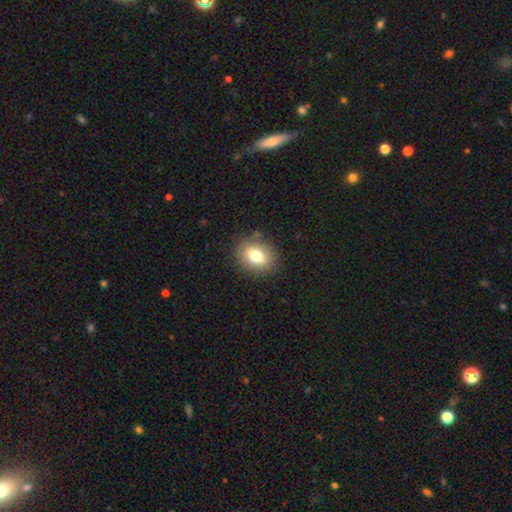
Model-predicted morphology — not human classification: A smooth galaxy with no disk features (76%) that is in between round and cigar-shaped (53%). Merging: none (85%).